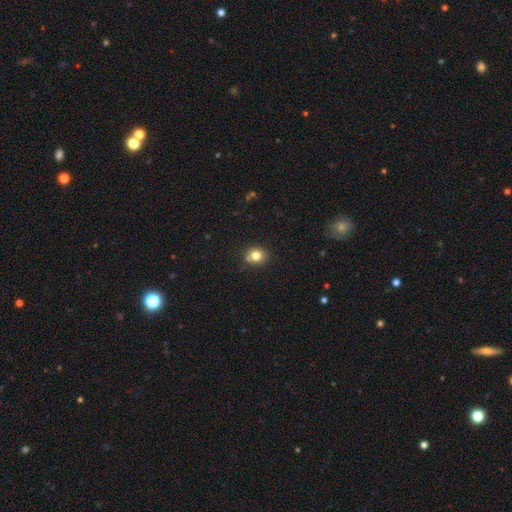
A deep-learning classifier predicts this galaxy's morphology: type=smooth (79%); roundness=round (73%); merging=none (78%).